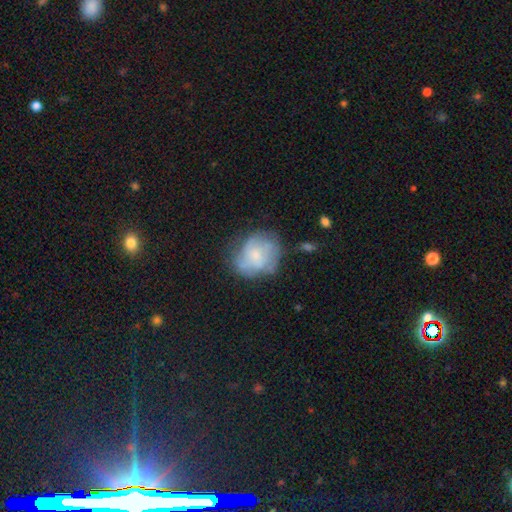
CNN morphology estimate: Smooth or featured? Predicted: featured or disk (p=0.46, tied with smooth). Merging? Predicted: none (p=0.53).